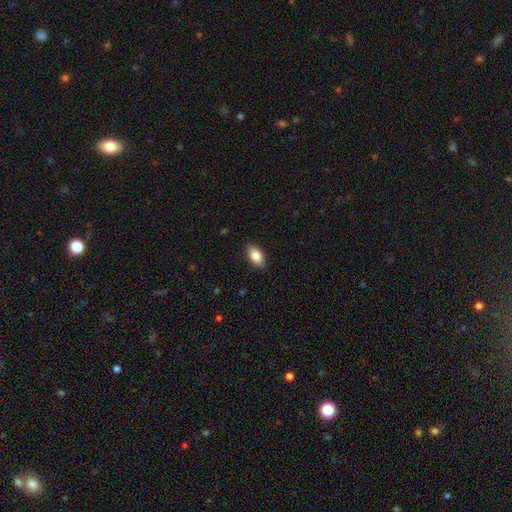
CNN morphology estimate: type=smooth (85%); roundness=in between (92%); merging=none (88%).